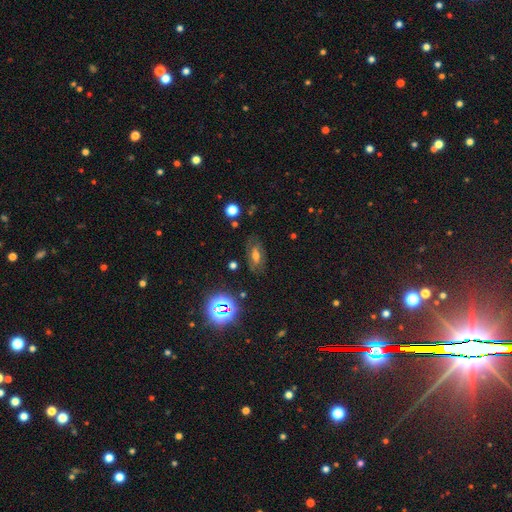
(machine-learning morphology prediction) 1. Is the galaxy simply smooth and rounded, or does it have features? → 39% smooth (tied), 39% featured or disk (tied), 23% star or artifact.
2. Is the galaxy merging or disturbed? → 73% none, 18% minor disturbance, 7% major disturbance, 2% merger.